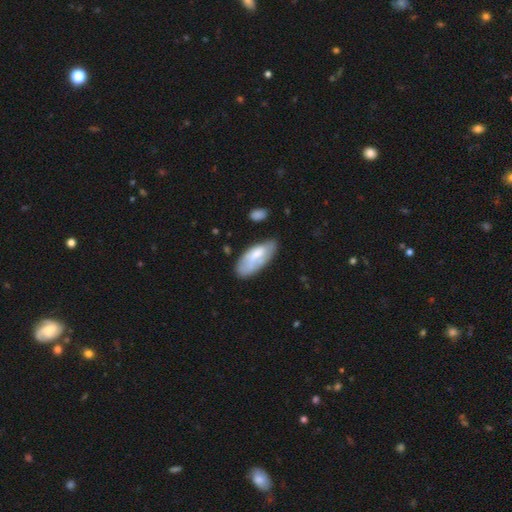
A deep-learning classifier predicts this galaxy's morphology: Smooth or featured? smooth (64%)
How rounded? in between (85%)
Merging? none (55%)